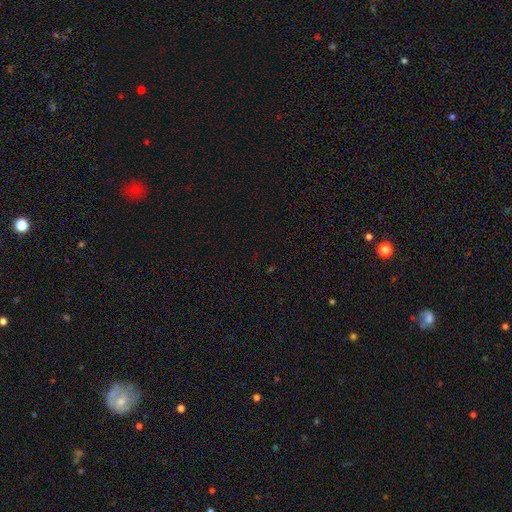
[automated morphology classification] Smooth or featured? Predicted: star or artifact (p=0.70).